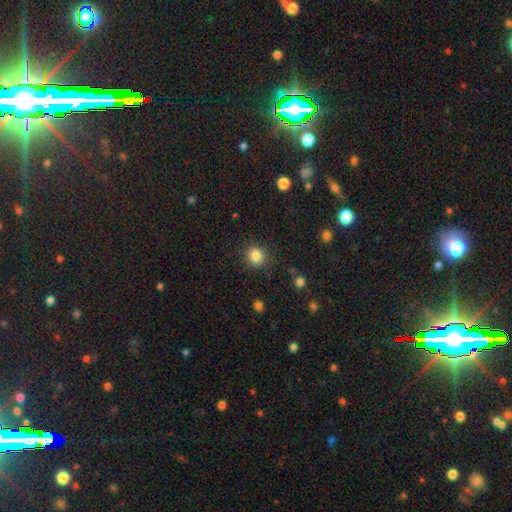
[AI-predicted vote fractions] Smooth or featured?
  - smooth: 85% *
  - star or artifact: 11%
  - featured or disk: 4%
How rounded?
  - round: 83% *
  - in between: 16%
  - cigar-shaped: 1%
Merging?
  - none: 87% *
  - minor disturbance: 9%
  - major disturbance: 3%
  - merger: 2%